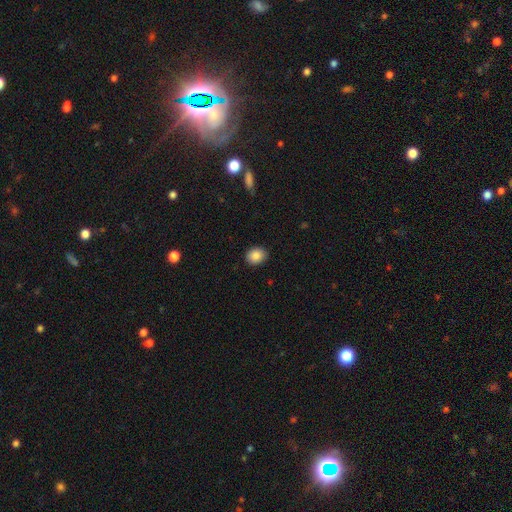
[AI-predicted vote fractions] smooth-or-featured: smooth: 87% | star or artifact: 8% | featured or disk: 5%
  how-rounded: round: 51% | in between: 48% | cigar-shaped: 1%
  merging: none: 89% | minor disturbance: 8% | major disturbance: 2% | merger: 1%